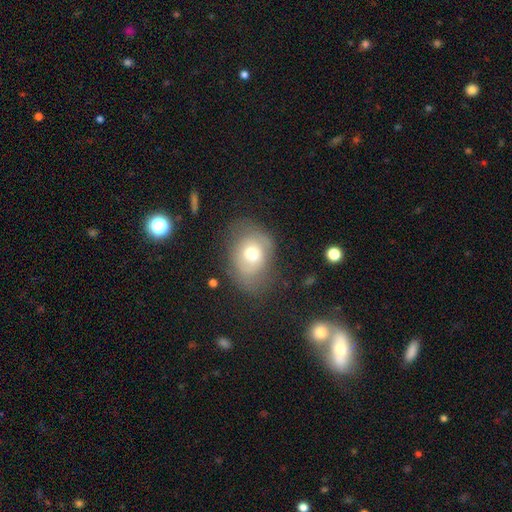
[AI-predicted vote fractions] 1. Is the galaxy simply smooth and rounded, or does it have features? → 59% smooth, 32% featured or disk, 10% star or artifact.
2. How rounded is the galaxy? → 63% in between, 36% round, 1% cigar-shaped.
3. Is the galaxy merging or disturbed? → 54% none, 27% minor disturbance, 16% major disturbance, 3% merger.